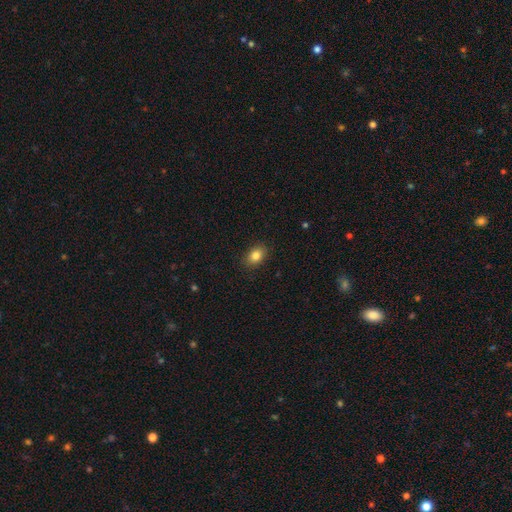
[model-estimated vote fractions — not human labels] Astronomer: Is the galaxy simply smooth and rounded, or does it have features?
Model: smooth — 83%.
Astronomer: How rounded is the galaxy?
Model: in between — 78%.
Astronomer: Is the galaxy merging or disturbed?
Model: none — 88%.